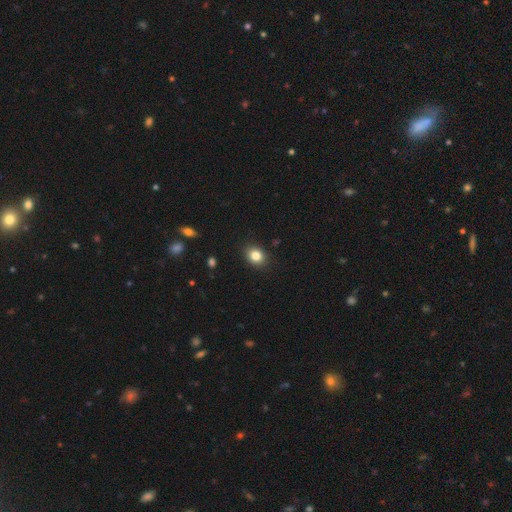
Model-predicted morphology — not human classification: type=smooth (84%); roundness=round (53%); merging=none (88%).